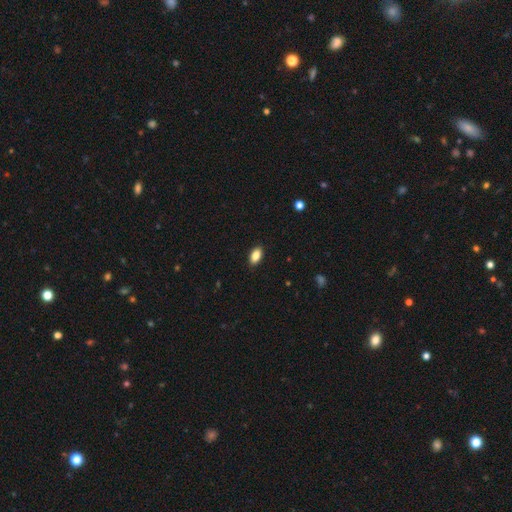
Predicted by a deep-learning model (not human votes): Overall: smooth (86%). How rounded: in between (91%). Merging: none (88%).